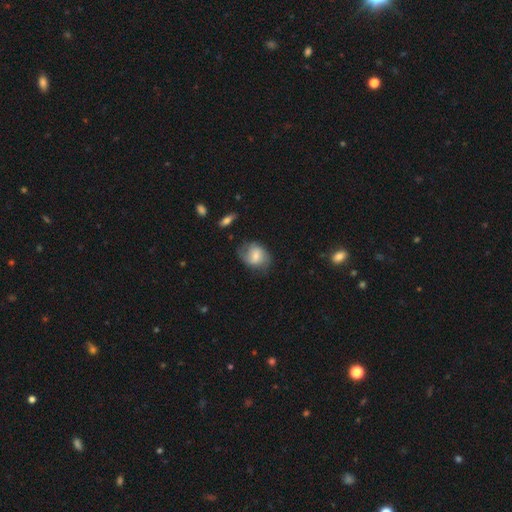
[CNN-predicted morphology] Smooth or featured?
  - smooth: 51% *
  - featured or disk: 41%
  - star or artifact: 8%
How rounded?
  - round: 49% * (tied)
  - in between: 49% * (tied)
  - cigar-shaped: 1%
Merging?
  - none: 57% *
  - minor disturbance: 28%
  - major disturbance: 13%
  - merger: 2%